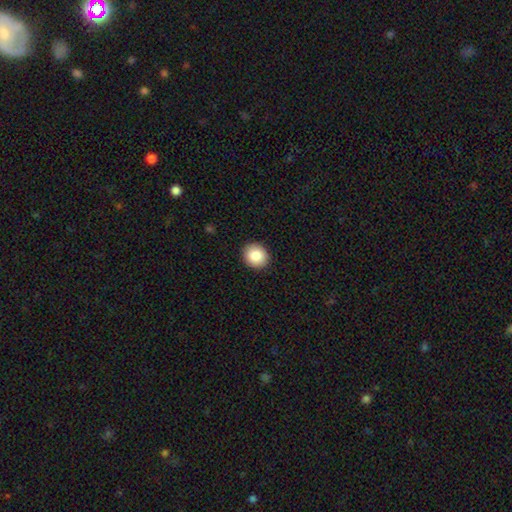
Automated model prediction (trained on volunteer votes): This appears to be a smooth galaxy with no disk features (87%) that is round (83%). Merging: none (92%).